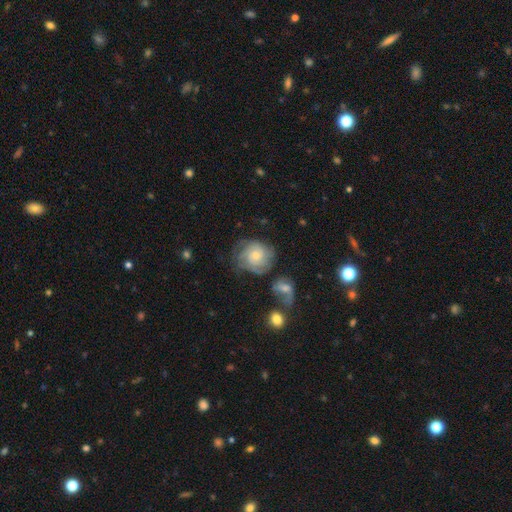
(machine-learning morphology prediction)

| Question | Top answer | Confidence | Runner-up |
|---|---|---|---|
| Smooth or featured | featured or disk | 62% | smooth (30%) |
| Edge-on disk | no | 97% | yes (3%) |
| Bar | no | 80% | weak (17%) |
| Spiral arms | yes | 86% | no (14%) |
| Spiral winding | tight | 57% | medium (30%) |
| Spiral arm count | can't tell | 41% | 3 (19%) |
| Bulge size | small | 56% | moderate (37%) |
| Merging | none | 55% | minor disturbance (21%) |